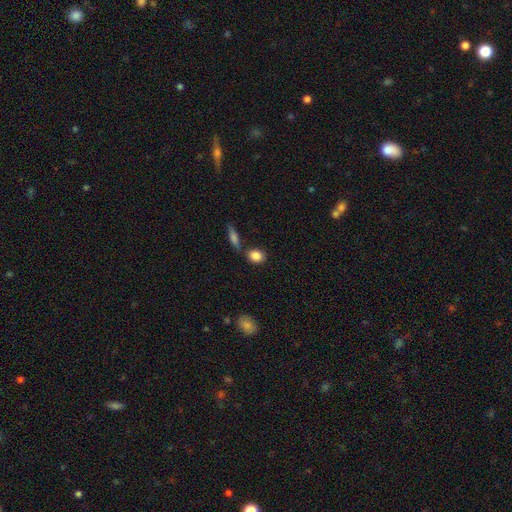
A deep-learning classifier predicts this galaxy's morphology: A smooth galaxy with no disk features (86%) that is in between round and cigar-shaped (65%).

Vote fractions:
- Smooth or featured? smooth: 86% / star or artifact: 8% / featured or disk: 6%
- How rounded? in between: 65% / round: 32% / cigar-shaped: 3%
- Merging? none: 72% / minor disturbance: 12% / merger: 12% / major disturbance: 3%